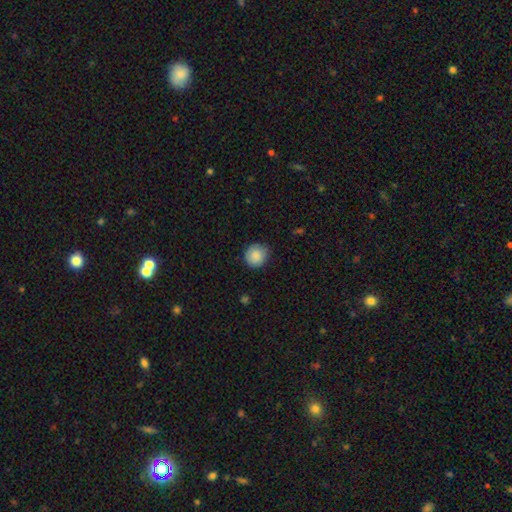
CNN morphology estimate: Smooth or featured?
  - smooth: 87% *
  - star or artifact: 8%
  - featured or disk: 6%
How rounded?
  - round: 89% *
  - in between: 10%
  - cigar-shaped: 1%
Merging?
  - none: 79% *
  - minor disturbance: 18%
  - major disturbance: 3%
  - merger: 1%